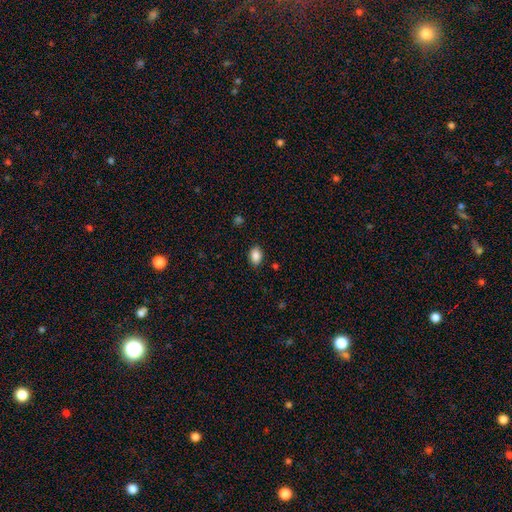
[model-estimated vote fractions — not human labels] smooth_or_featured: smooth (p=0.88) [alt: star or artifact p=0.09]
how_rounded: in between (p=0.80) [alt: round p=0.18]
merging: none (p=0.86) [alt: minor disturbance p=0.10]